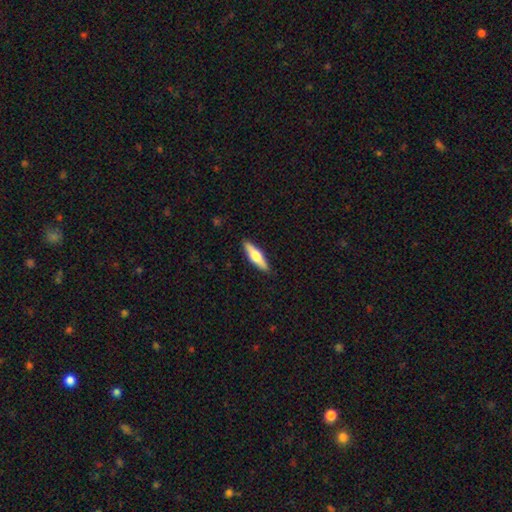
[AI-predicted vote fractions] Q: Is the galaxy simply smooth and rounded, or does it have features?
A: smooth — 54%.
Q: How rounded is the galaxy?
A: cigar-shaped — 67%.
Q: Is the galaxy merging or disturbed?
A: none — 90%.